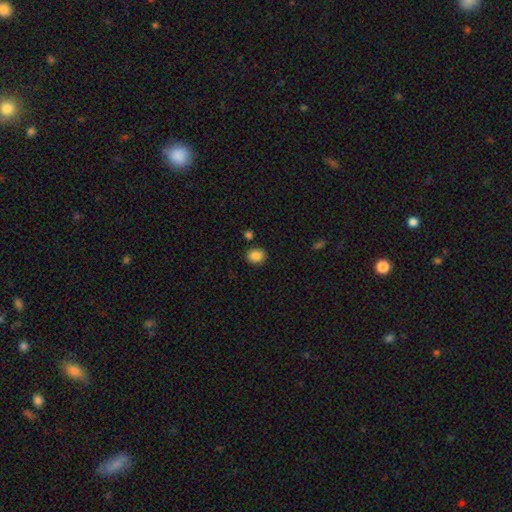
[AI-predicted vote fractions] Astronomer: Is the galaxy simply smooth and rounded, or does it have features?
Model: smooth — 87%.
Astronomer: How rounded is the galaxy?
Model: round — 61% (runner-up: in between, 38%).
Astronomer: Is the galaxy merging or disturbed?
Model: none — 85%.